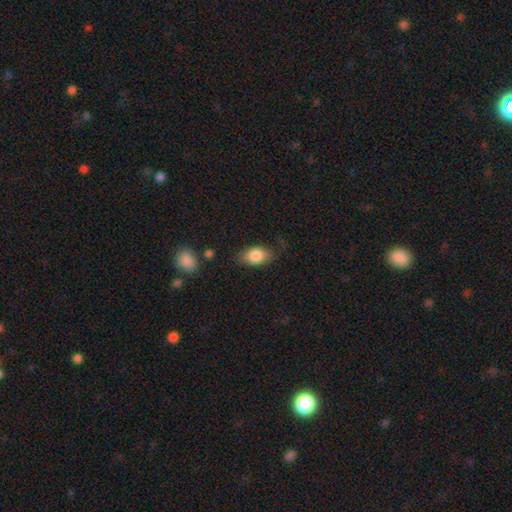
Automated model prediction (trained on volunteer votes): smooth_or_featured: smooth (p=0.82) [alt: featured or disk p=0.11]
how_rounded: in between (p=0.86) [alt: round p=0.12]
merging: none (p=0.72) [alt: minor disturbance p=0.20]